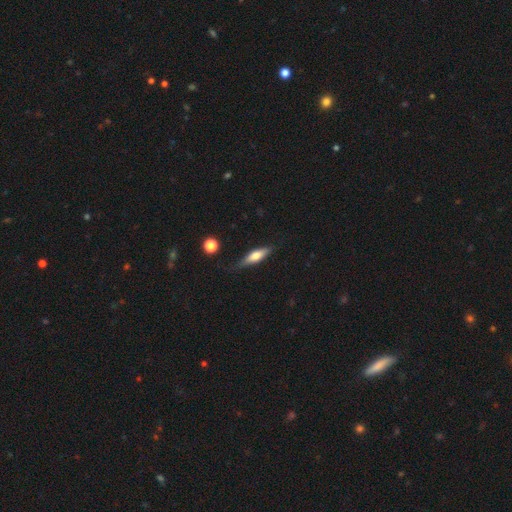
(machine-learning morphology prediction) This appears to be a smooth galaxy with no disk features (59%) that is cigar-shaped (58%). Merging: none (70%).